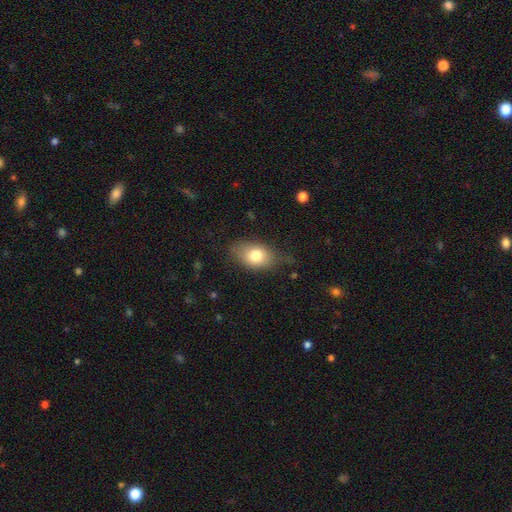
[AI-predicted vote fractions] Smooth or featured?
  - smooth: 78% *
  - featured or disk: 14%
  - star or artifact: 9%
How rounded?
  - in between: 80% *
  - round: 18%
  - cigar-shaped: 2%
Merging?
  - none: 67% *
  - minor disturbance: 24%
  - major disturbance: 7%
  - merger: 1%